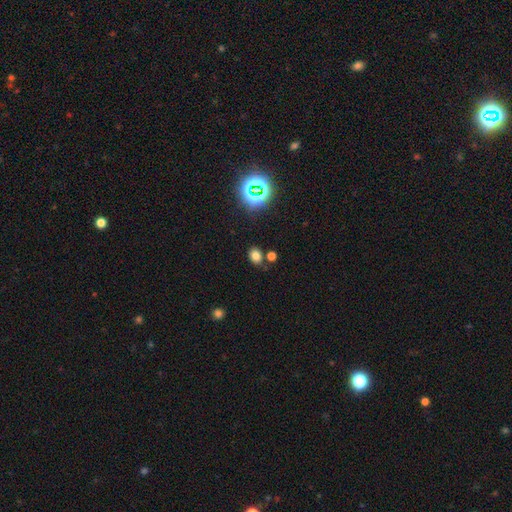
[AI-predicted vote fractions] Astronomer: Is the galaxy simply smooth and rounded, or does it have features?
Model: smooth — 71%.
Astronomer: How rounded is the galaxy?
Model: in between — 59% (runner-up: round, 40%).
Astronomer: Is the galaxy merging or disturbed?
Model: none — 75%.